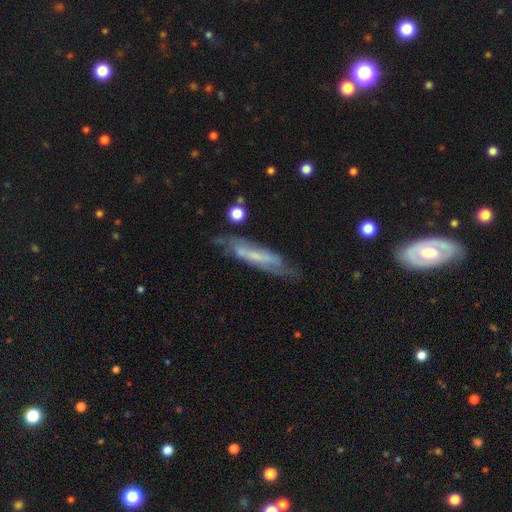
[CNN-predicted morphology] Smooth or featured? featured or disk (64%)
Edge-on disk? no (54%)
Merging? none (67%)